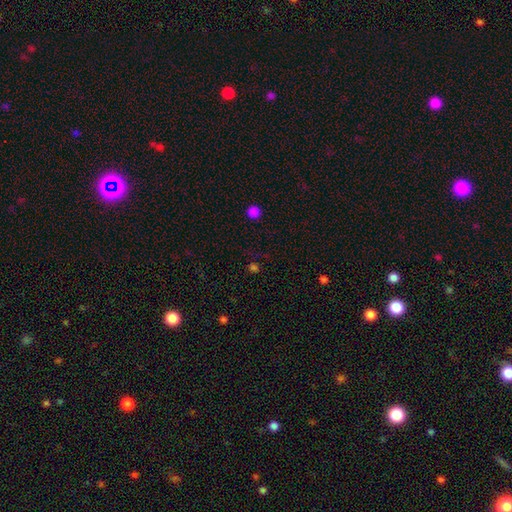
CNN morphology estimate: Smooth or featured? smooth (51%)
How rounded? round (86%)
Merging? none (83%)